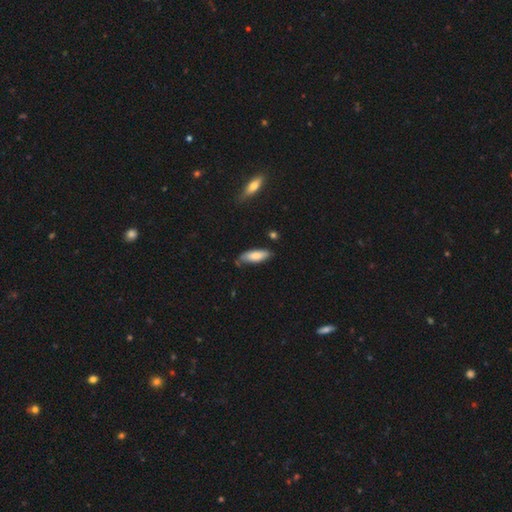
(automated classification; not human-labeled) Smooth or featured: smooth — 75% (featured or disk — 19%)
How rounded: in between — 65% (cigar-shaped — 33%)
Merging: none — 65% (minor disturbance — 26%)